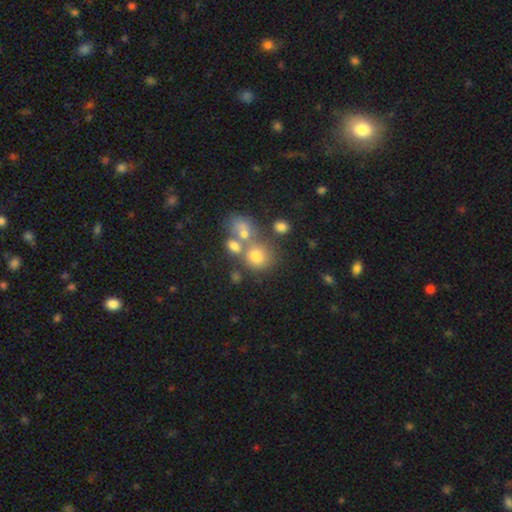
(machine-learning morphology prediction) Smooth or featured: smooth — 69% (featured or disk — 16%)
How rounded: round — 71% (in between — 28%)
Merging: none — 41% (merger — 40%)